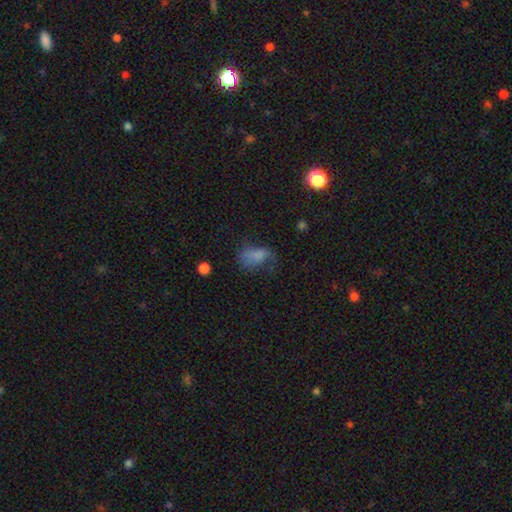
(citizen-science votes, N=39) Overall: smooth (77%). How rounded: in between (87%). Merging: none (37%, tied with major disturbance).